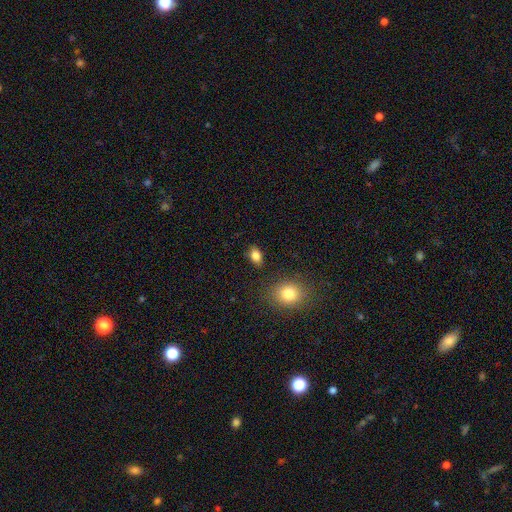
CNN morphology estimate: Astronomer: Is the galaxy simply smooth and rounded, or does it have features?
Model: smooth — 84%.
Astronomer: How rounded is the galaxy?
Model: in between — 84%.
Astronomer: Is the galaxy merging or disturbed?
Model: none — 84%.